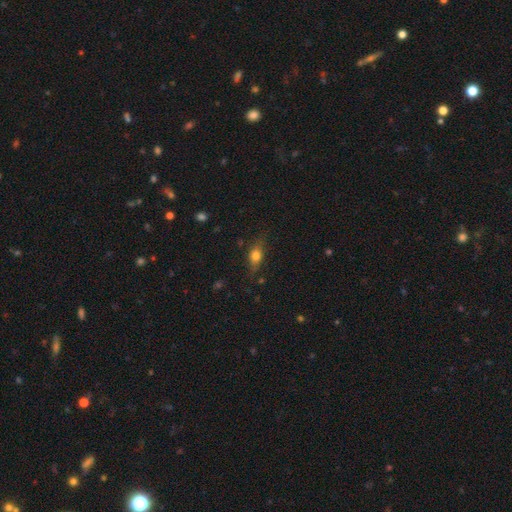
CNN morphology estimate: type=smooth (62%); roundness=in between (63%); merging=none (73%).